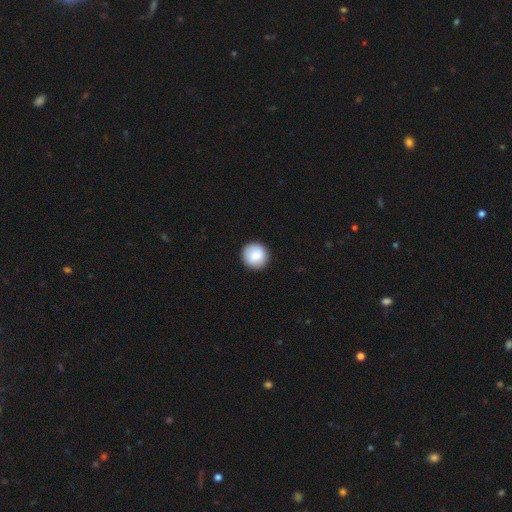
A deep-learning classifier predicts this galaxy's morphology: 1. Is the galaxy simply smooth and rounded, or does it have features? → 86% smooth, 7% star or artifact, 7% featured or disk.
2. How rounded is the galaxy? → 94% round, 5% in between, 1% cigar-shaped.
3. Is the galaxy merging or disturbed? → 90% none, 7% minor disturbance, 2% major disturbance, 1% merger.